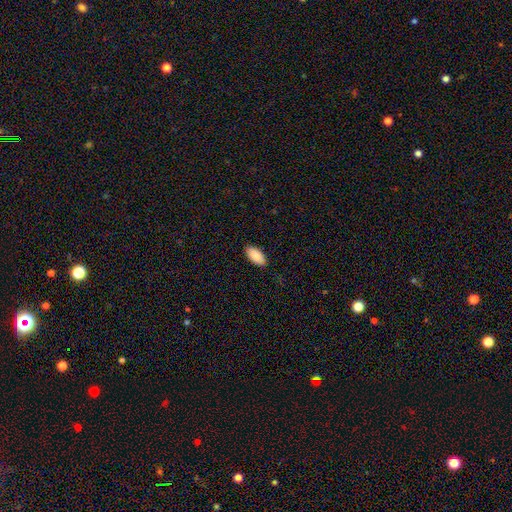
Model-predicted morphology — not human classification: This is clearly a smooth galaxy (89%). How rounded: clearly in between (94%). Merging: clearly none (89%).